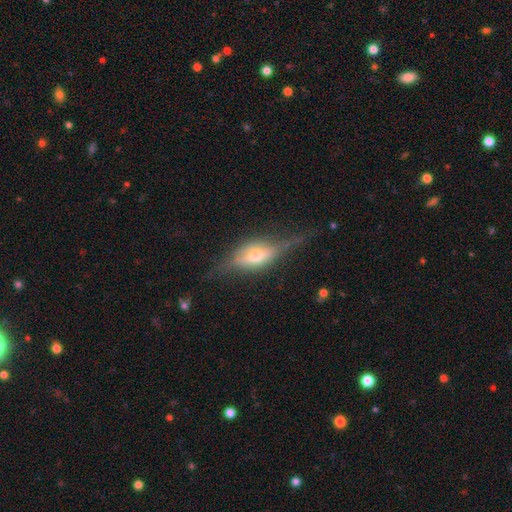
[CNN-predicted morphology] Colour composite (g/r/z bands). It shows a featured or disk galaxy (76%) viewed edge-on (92%) with a rounded central bulge (87%). Merging: none (71%).